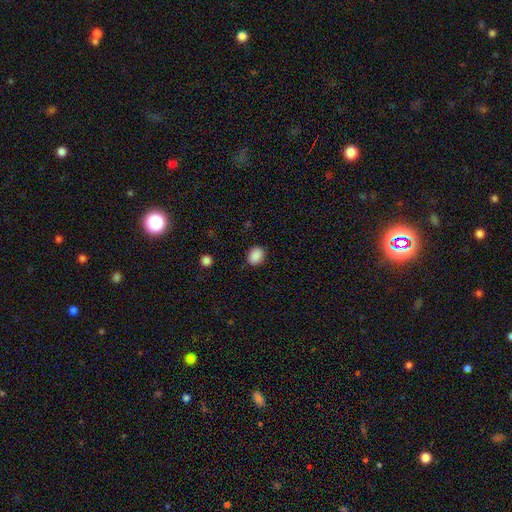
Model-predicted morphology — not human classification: Smooth or featured? Predicted: smooth (p=0.89). How rounded? Predicted: in between (p=0.57). Merging? Predicted: none (p=0.87).